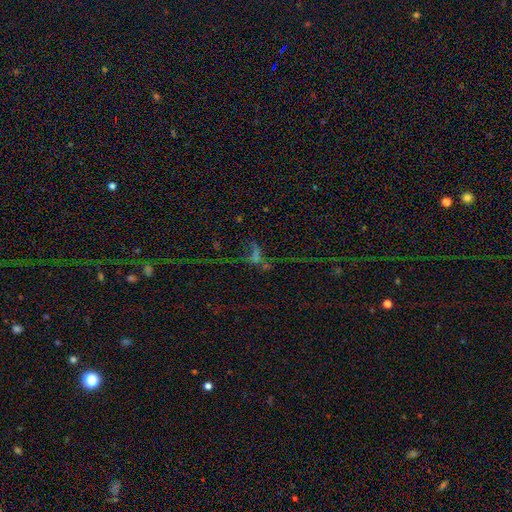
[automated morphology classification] A star or artifact, not a galaxy (53%).